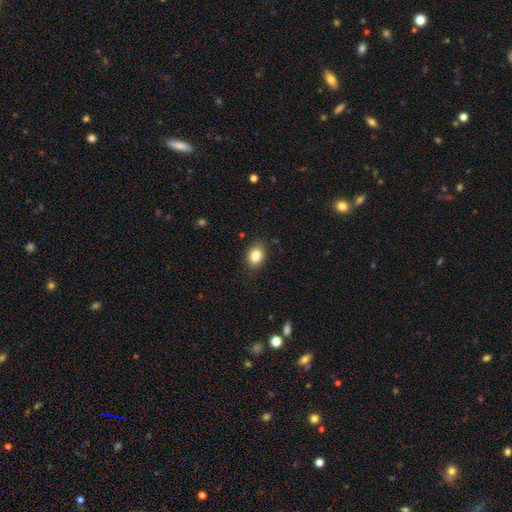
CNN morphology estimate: Smooth or featured: smooth — 84% (star or artifact — 9%)
How rounded: in between — 66% (round — 33%)
Merging: none — 86% (minor disturbance — 11%)